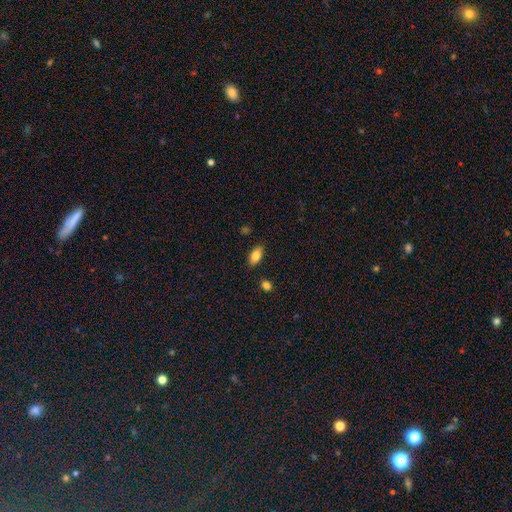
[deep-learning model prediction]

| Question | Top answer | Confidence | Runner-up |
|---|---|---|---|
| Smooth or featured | smooth | 81% | featured or disk (12%) |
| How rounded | in between | 89% | cigar-shaped (8%) |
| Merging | none | 85% | minor disturbance (11%) |